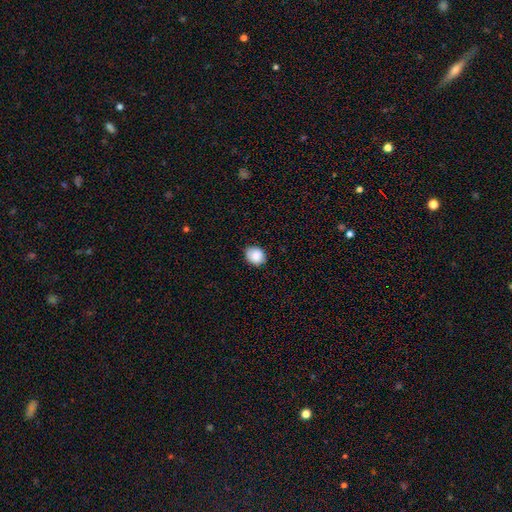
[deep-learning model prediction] smooth-or-featured: smooth: 87% | star or artifact: 8% | featured or disk: 5%
  how-rounded: round: 56% | in between: 44% | cigar-shaped: 1%
  merging: none: 84% | minor disturbance: 13% | major disturbance: 2% | merger: 1%